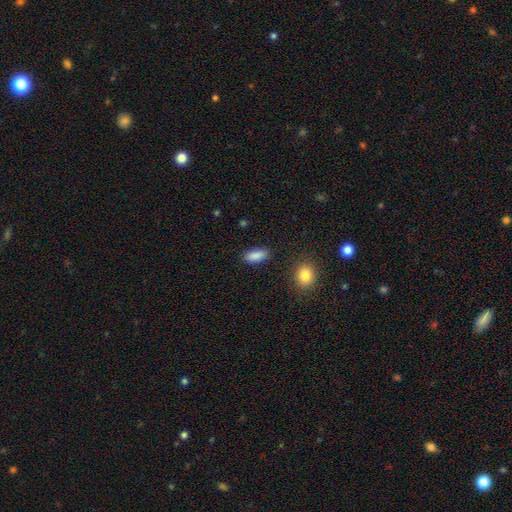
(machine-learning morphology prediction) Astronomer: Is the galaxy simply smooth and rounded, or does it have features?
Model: smooth — 88%.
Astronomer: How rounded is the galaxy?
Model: in between — 84%.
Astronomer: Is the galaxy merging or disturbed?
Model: none — 86%.